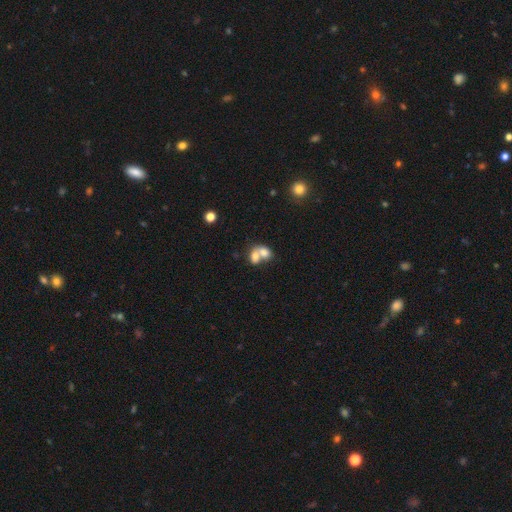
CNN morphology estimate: Overall: smooth (70%). How rounded: in between (66%; round 32%). Merging: merger (76%).